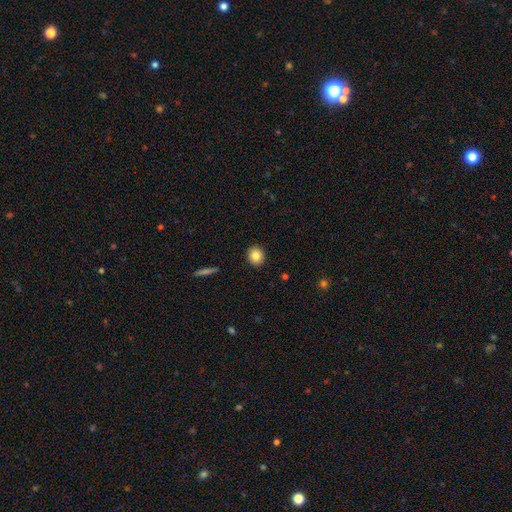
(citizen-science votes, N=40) Overall: smooth (82%). How rounded: round (70%; in between 30%). Merging: none (95%).